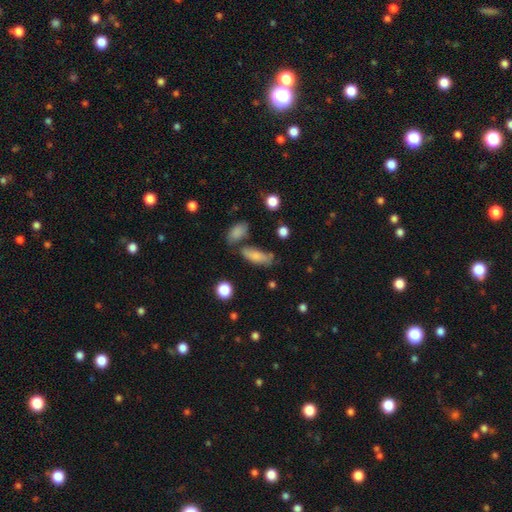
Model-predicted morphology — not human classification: smooth_or_featured: smooth (p=0.78) [alt: featured or disk p=0.14]
how_rounded: in between (p=0.64) [alt: cigar-shaped p=0.31]
merging: none (p=0.59) [alt: minor disturbance p=0.20]